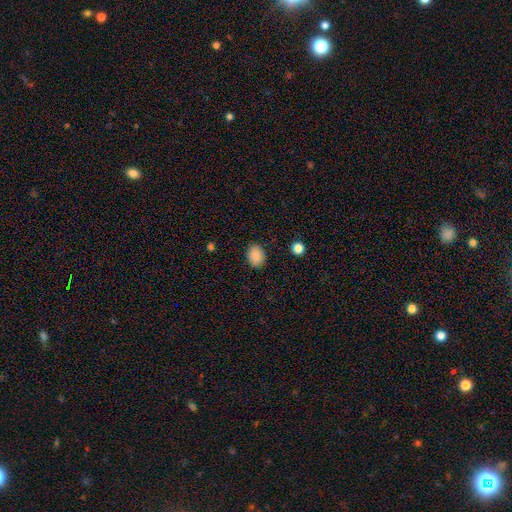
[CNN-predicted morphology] This appears to be a smooth galaxy with no disk features (89%) that is in between round and cigar-shaped (66%). Merging: none (88%).